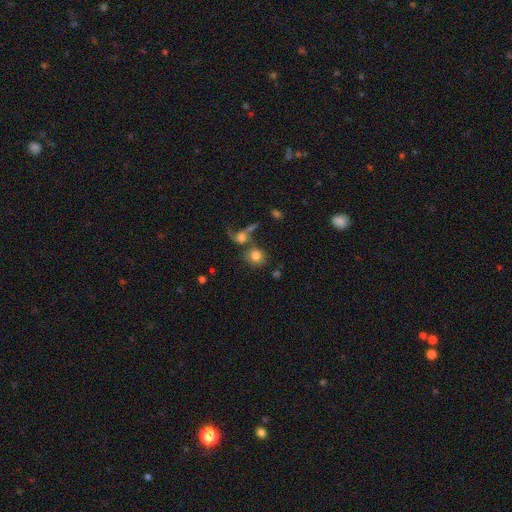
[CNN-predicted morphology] Q: Smooth or featured?
A: smooth (73%); runner-up: featured or disk (17%)
Q: How rounded?
A: round (81%); runner-up: in between (17%)
Q: Merging?
A: none (43%); runner-up: merger (37%)